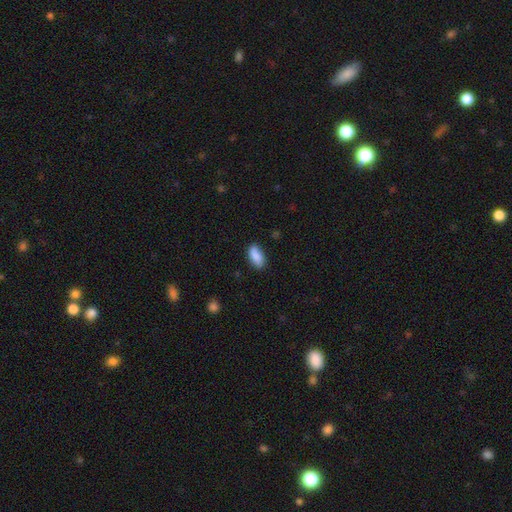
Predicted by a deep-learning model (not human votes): Q: Smooth or featured?
A: smooth (88%); runner-up: star or artifact (6%)
Q: How rounded?
A: in between (90%); runner-up: cigar-shaped (8%)
Q: Merging?
A: none (84%); runner-up: minor disturbance (12%)